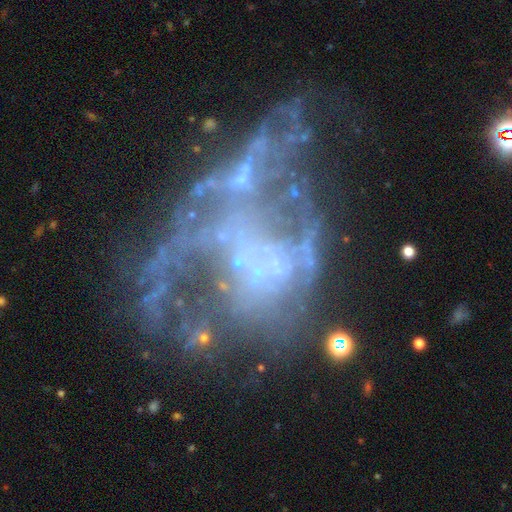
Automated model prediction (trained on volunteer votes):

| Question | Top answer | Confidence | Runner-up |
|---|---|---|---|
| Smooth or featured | featured or disk | 74% | star or artifact (16%) |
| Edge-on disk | no | 98% | yes (2%) |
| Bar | no | 85% | weak (11%) |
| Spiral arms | no | 67% | yes (33%) |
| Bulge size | none | 65% | small (24%) |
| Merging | major disturbance | 43% | none (27%) |